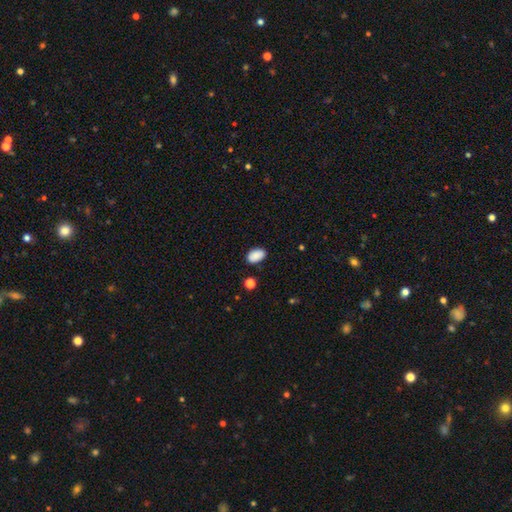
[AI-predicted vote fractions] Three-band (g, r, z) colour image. It shows a smooth galaxy with no disk features (89%) that is in between round and cigar-shaped (91%). Merging: none (83%).